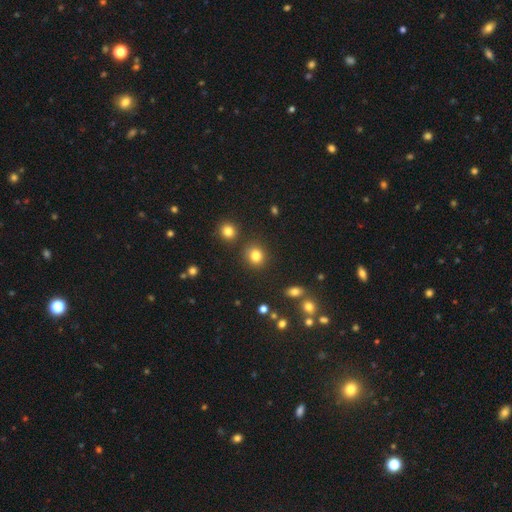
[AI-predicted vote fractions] A smooth galaxy with no disk features (83%) that is round (84%). Merging: none (85%).